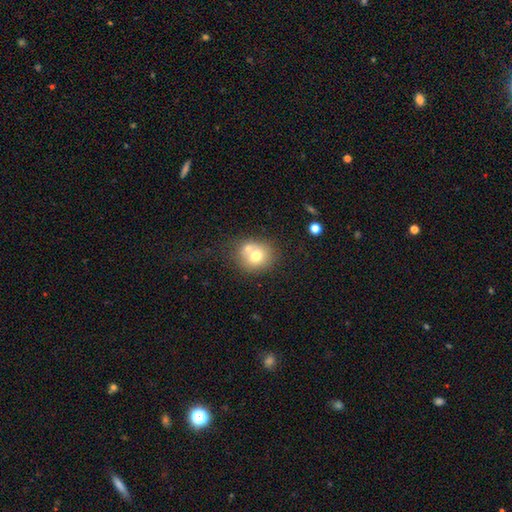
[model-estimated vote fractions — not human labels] This appears to be a smooth galaxy with no disk features (68%) that is round (78%). Merging: none (43%, tied with merger).